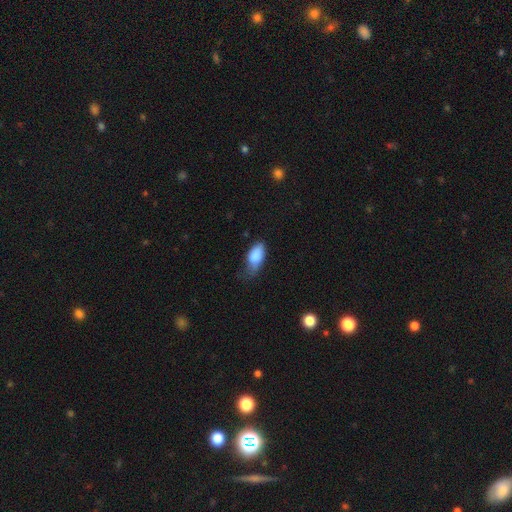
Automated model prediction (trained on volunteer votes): This is clearly a smooth galaxy (85%). How rounded: clearly in between (91%). Merging: possibly minor disturbance (46%).